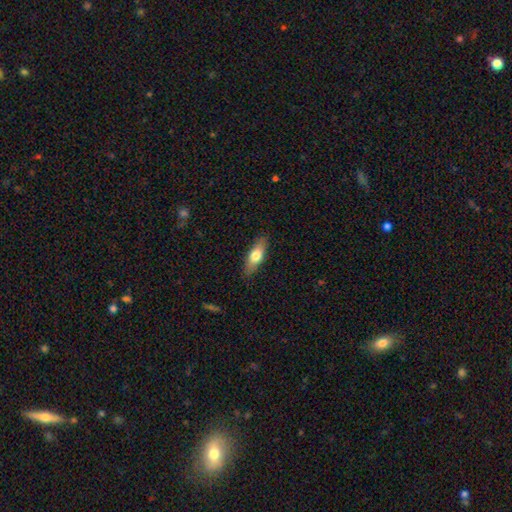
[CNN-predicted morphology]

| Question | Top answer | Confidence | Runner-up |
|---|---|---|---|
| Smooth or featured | smooth | 63% | featured or disk (31%) |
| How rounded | in between | 57% | cigar-shaped (40%) |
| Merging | none | 86% | minor disturbance (11%) |